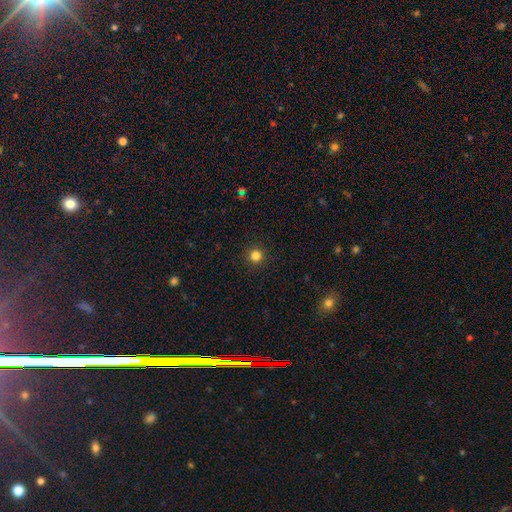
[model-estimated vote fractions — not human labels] Overall: smooth (83%). How rounded: round (95%). Merging: none (92%).